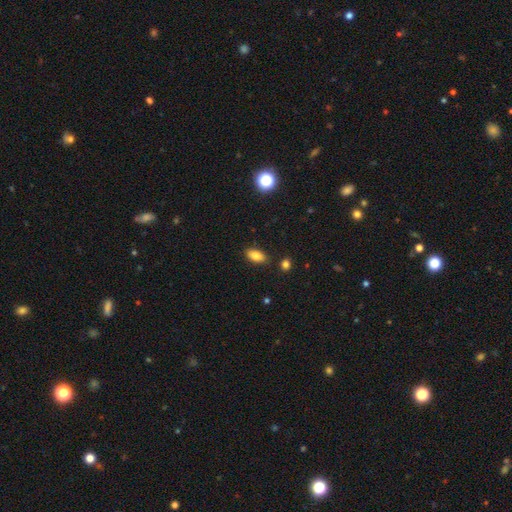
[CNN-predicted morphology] A smooth galaxy with no disk features (84%) that is in between round and cigar-shaped (90%). Merging: none (86%).